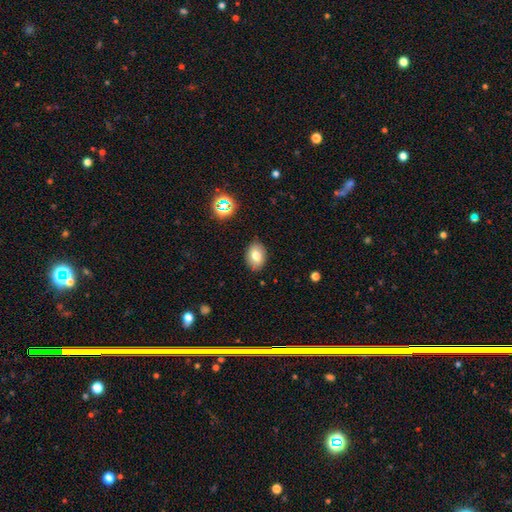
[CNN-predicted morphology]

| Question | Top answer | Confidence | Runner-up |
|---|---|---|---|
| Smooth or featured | smooth | 76% | featured or disk (13%) |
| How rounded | in between | 77% | round (21%) |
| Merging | none | 86% | minor disturbance (10%) |